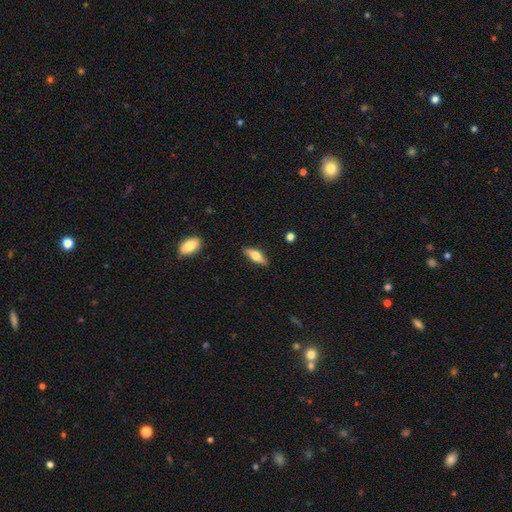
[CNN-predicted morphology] smooth_or_featured: smooth (p=0.60) [alt: featured or disk p=0.33]
how_rounded: in between (p=0.59) [alt: cigar-shaped p=0.39]
merging: none (p=0.86) [alt: minor disturbance p=0.10]